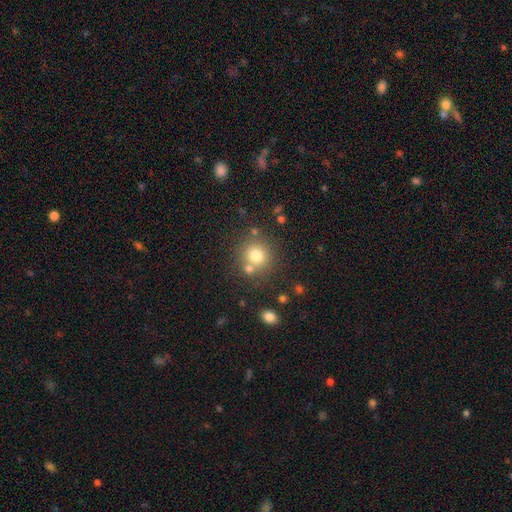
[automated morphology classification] Smooth or featured? smooth (74%)
How rounded? round (90%)
Merging? none (67%)